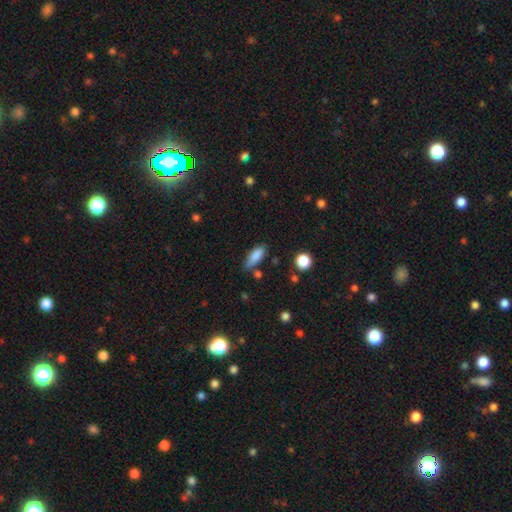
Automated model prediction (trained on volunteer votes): This appears to be a smooth galaxy with no disk features (85%) that is in between round and cigar-shaped (73%). Merging: none (67%).